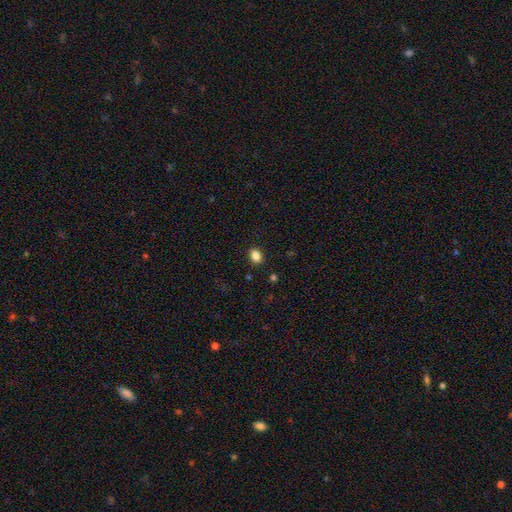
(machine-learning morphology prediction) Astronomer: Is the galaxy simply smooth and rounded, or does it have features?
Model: smooth — 86%.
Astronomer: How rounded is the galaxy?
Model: in between — 63%.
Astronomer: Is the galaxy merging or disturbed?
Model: none — 89%.